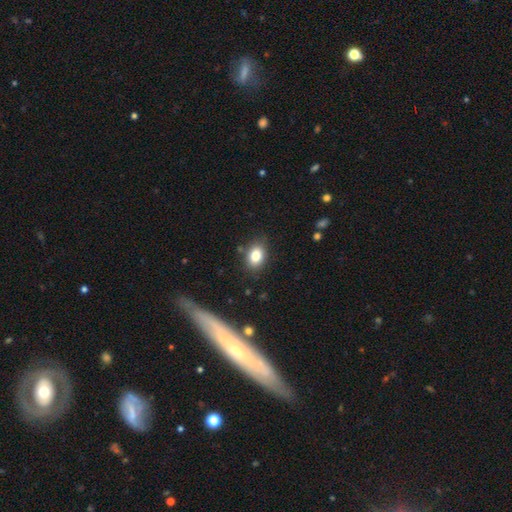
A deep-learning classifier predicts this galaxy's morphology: type=smooth (82%); roundness=in between (75%); merging=none (83%).